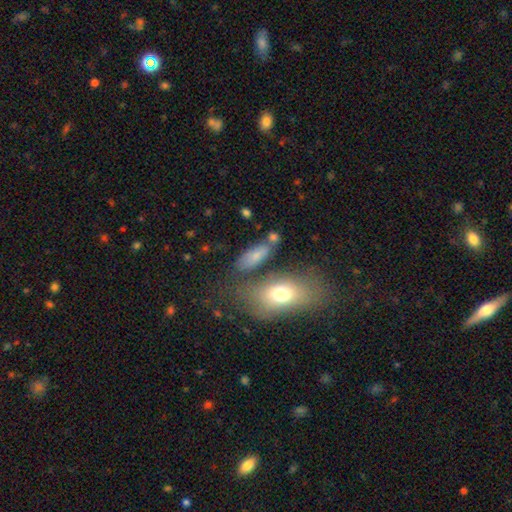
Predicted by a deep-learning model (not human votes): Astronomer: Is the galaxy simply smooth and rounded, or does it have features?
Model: smooth — 68%.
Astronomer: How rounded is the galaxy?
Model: in between — 75%.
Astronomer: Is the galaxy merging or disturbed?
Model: none — 61%.